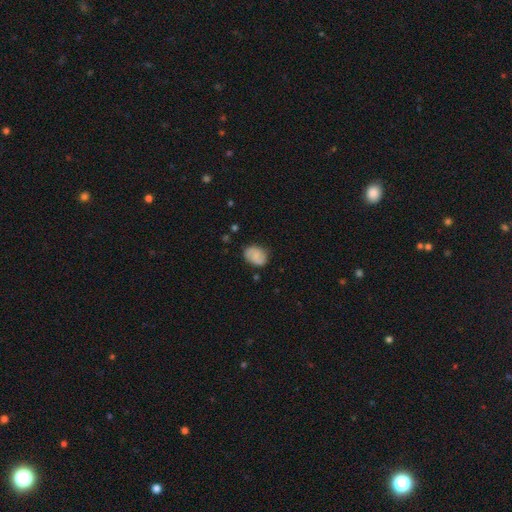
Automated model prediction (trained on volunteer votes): Morphology: type=smooth (52%); roundness=in between (69%); merging=none (77%).